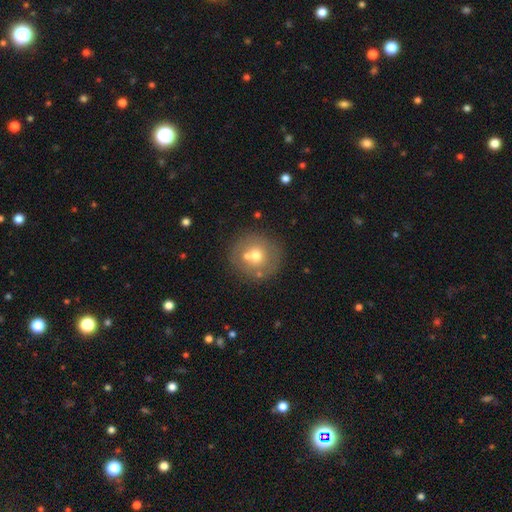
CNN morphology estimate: Smooth or featured: smooth — 61% (featured or disk — 28%)
How rounded: round — 93% (in between — 6%)
Merging: none — 68% (merger — 17%)